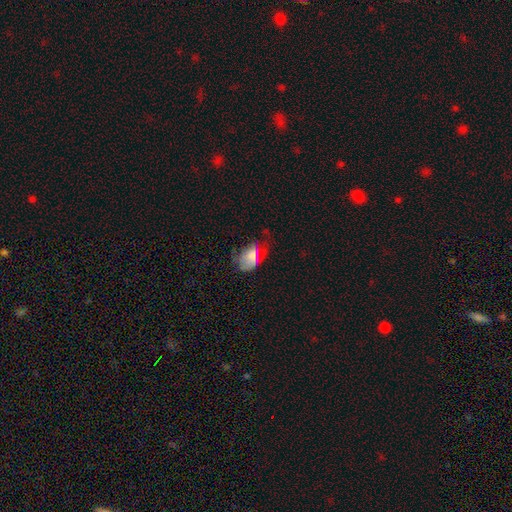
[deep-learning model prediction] Smooth or featured? smooth (64%)
How rounded? in between (88%)
Merging? none (35%)